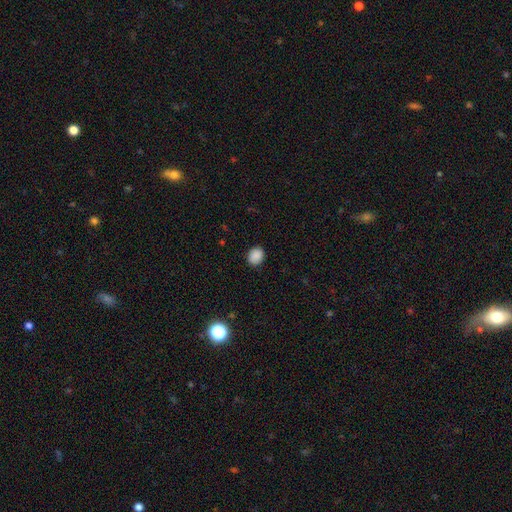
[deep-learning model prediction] Smooth or featured? smooth (88%)
How rounded? round (61%)
Merging? none (88%)